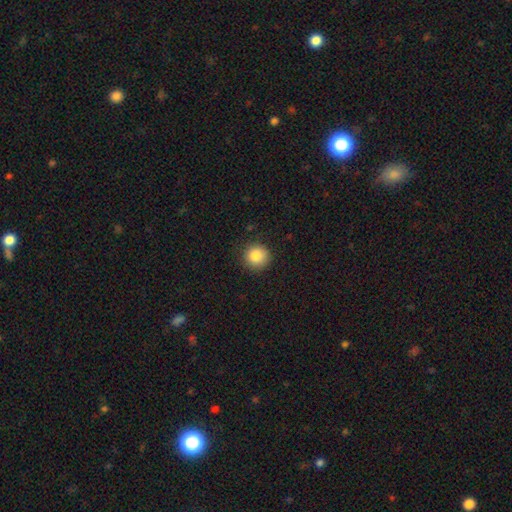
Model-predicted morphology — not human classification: Overall: smooth (85%). How rounded: round (94%). Merging: none (89%).